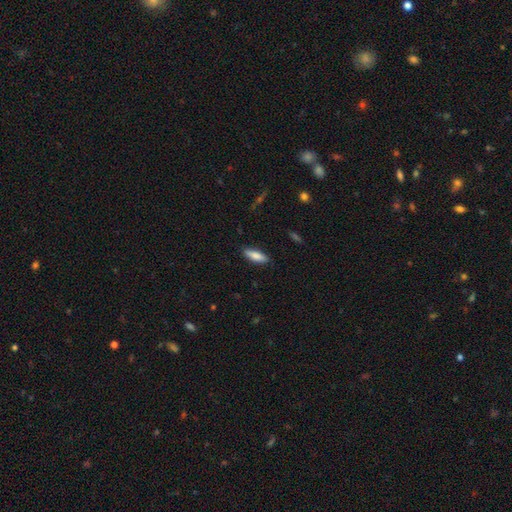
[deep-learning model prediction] Q: Smooth or featured?
A: smooth (82%); runner-up: featured or disk (12%)
Q: How rounded?
A: in between (51%); runner-up: cigar-shaped (47%)
Q: Merging?
A: none (87%); runner-up: minor disturbance (10%)